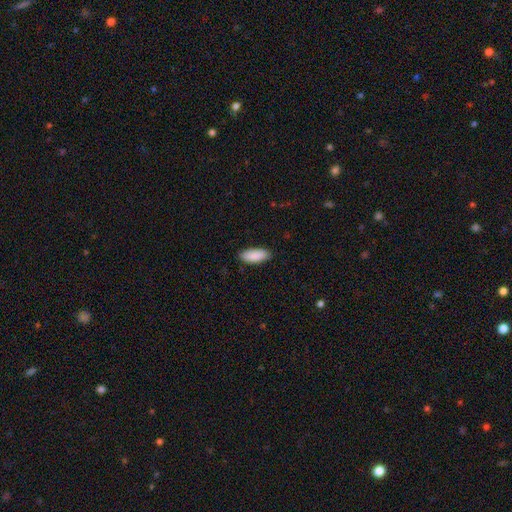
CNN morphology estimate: This appears to be a smooth galaxy with no disk features (91%) that is in between round and cigar-shaped (83%). Merging: none (87%).